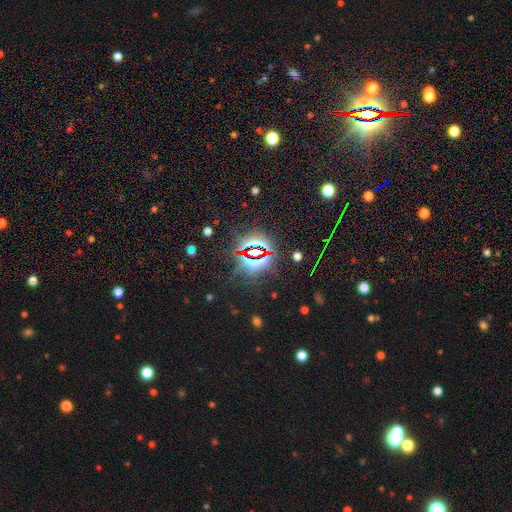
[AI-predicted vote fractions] Smooth or featured: star or artifact — 81% (smooth — 11%)